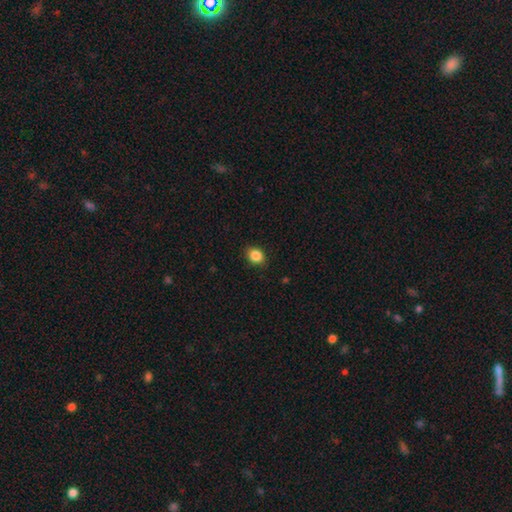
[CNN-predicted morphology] This appears to be a smooth galaxy with no disk features (86%) that is in between round and cigar-shaped (52%). Merging: none (88%).